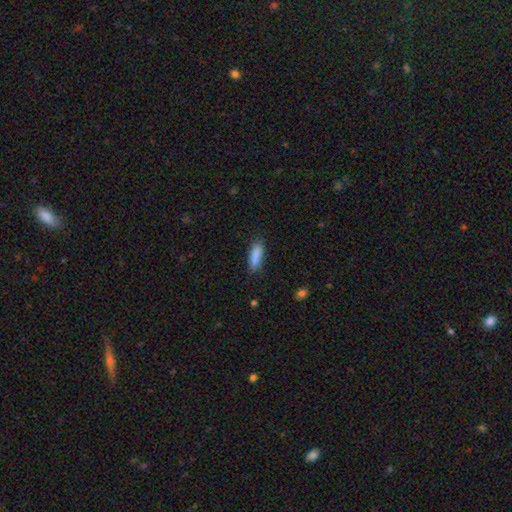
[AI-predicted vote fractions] smooth_or_featured: smooth (p=0.86) [alt: star or artifact p=0.07]
how_rounded: in between (p=0.53) [alt: cigar-shaped p=0.45]
merging: none (p=0.77) [alt: minor disturbance p=0.17]